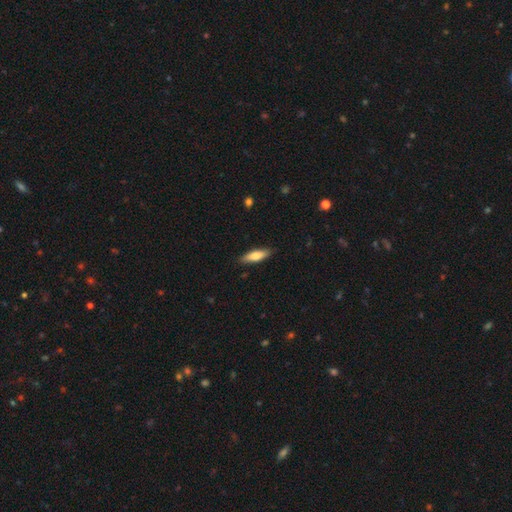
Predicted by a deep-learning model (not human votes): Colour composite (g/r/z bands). It shows a smooth galaxy with no disk features (74%) that is cigar-shaped (50%). Merging: none (87%).